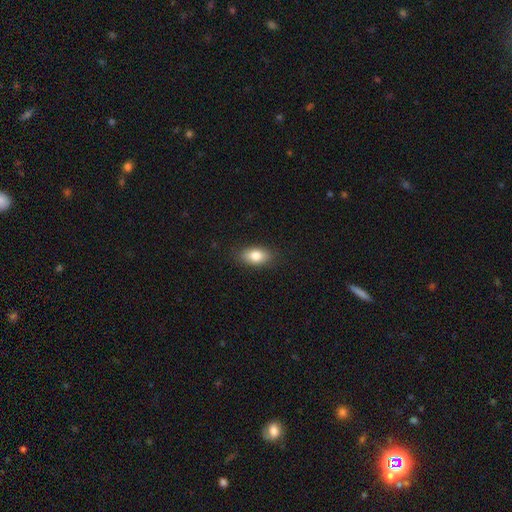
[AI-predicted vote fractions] Q: Smooth or featured?
A: smooth (82%); runner-up: featured or disk (11%)
Q: How rounded?
A: in between (88%); runner-up: round (7%)
Q: Merging?
A: none (86%); runner-up: minor disturbance (10%)